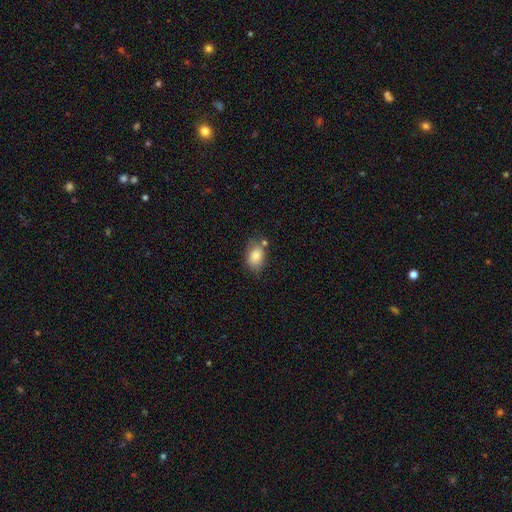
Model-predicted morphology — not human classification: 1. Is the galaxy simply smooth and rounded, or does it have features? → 82% smooth, 10% featured or disk, 8% star or artifact.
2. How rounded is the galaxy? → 80% in between, 18% round, 1% cigar-shaped.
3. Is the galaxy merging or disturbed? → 65% none, 19% minor disturbance, 11% merger, 5% major disturbance.